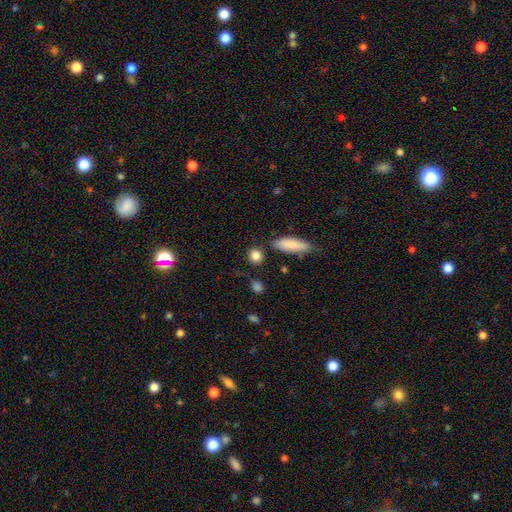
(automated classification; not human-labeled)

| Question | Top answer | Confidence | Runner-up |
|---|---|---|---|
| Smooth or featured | smooth | 86% | star or artifact (8%) |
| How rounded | round | 78% | in between (18%) |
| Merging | none | 79% | minor disturbance (12%) |